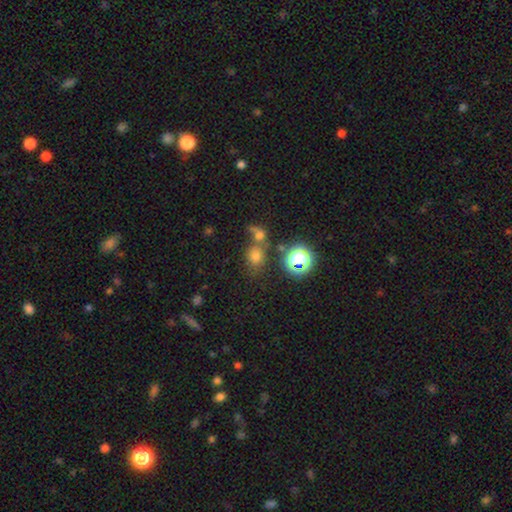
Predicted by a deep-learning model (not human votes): A smooth galaxy with no disk features (64%) that is round (66%).

Vote fractions:
- Smooth or featured? smooth: 64% / star or artifact: 27% / featured or disk: 10%
- How rounded? round: 66% / in between: 33% / cigar-shaped: 2%
- Merging? none: 57% / merger: 27% / minor disturbance: 10% / major disturbance: 5%